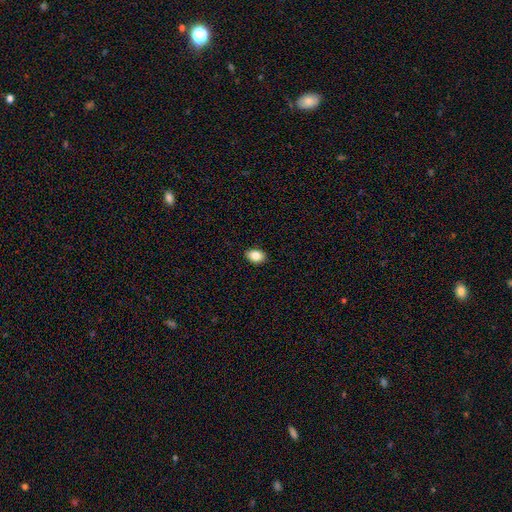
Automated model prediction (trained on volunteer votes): Smooth or featured?
  - smooth: 84% *
  - star or artifact: 8%
  - featured or disk: 7%
How rounded?
  - in between: 82% *
  - round: 16%
  - cigar-shaped: 1%
Merging?
  - none: 89% *
  - minor disturbance: 9%
  - major disturbance: 2%
  - merger: 1%